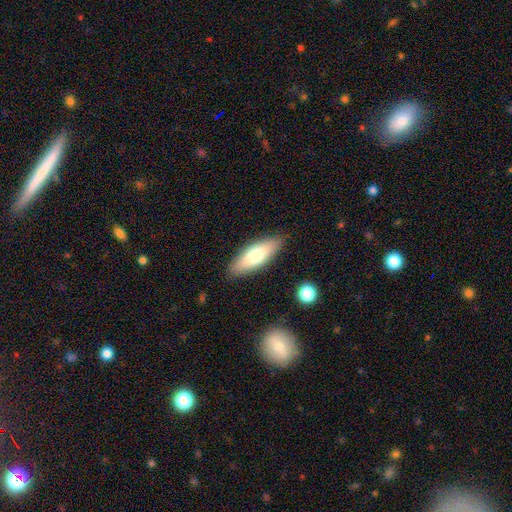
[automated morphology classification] Smooth or featured? Predicted: smooth (p=0.71). How rounded? Predicted: in between (p=0.62). Merging? Predicted: none (p=0.86).